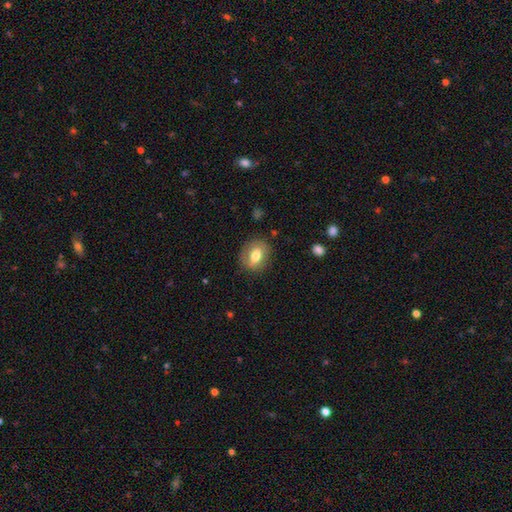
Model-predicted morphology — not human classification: Smooth or featured? smooth (66%)
How rounded? in between (53%)
Merging? none (80%)